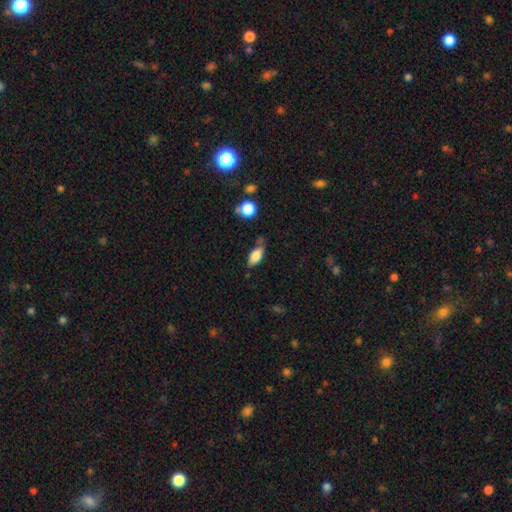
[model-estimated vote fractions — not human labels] A smooth galaxy with no disk features (81%) that is in between round and cigar-shaped (85%).

Vote fractions:
- Smooth or featured? smooth: 81% / featured or disk: 11% / star or artifact: 8%
- How rounded? in between: 85% / cigar-shaped: 11% / round: 4%
- Merging? none: 62% / minor disturbance: 25% / merger: 8% / major disturbance: 6%